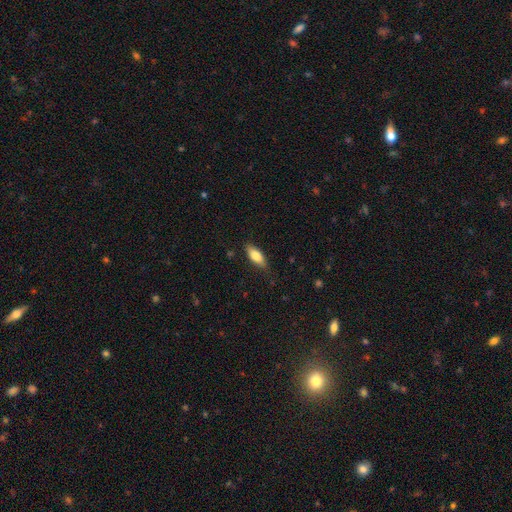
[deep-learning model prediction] Morphology: type=smooth (78%); roundness=in between (75%); merging=none (79%).